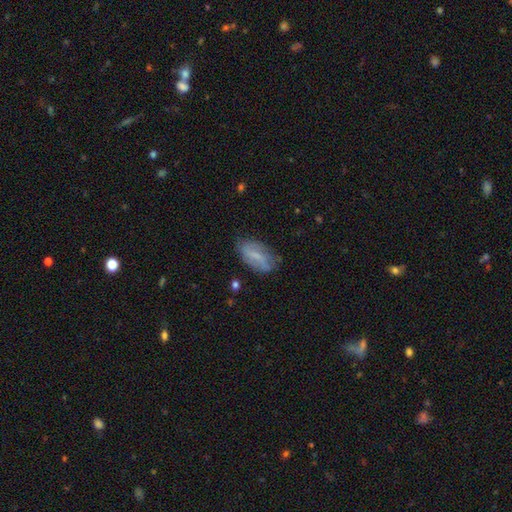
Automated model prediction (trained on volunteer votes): smooth_or_featured: smooth (p=0.49) [alt: featured or disk p=0.43]
merging: none (p=0.69) [alt: minor disturbance p=0.23]